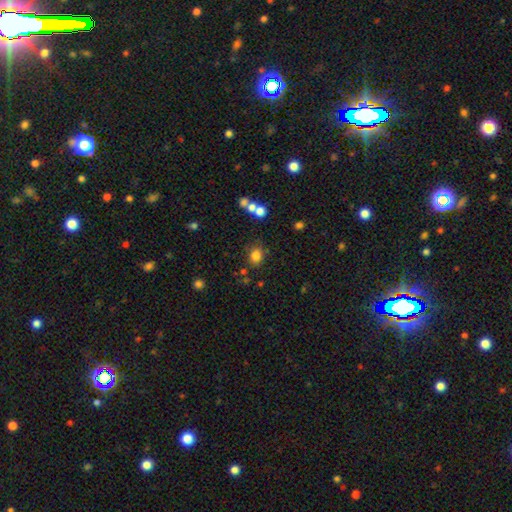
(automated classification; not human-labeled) Q: Smooth or featured?
A: smooth (80%); runner-up: star or artifact (13%)
Q: How rounded?
A: round (59%); runner-up: in between (40%)
Q: Merging?
A: none (75%); runner-up: minor disturbance (13%)